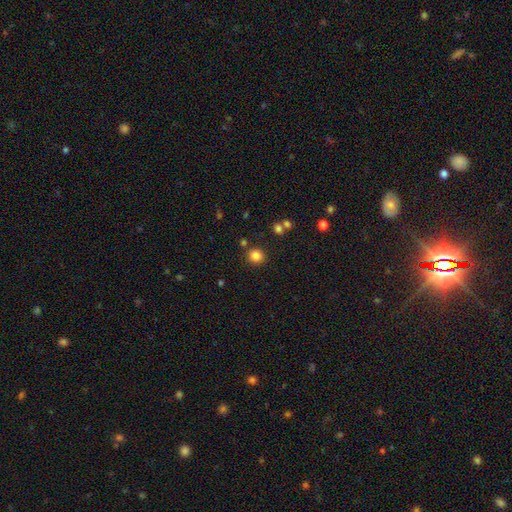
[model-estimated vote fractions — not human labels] This is clearly a smooth galaxy (83%). How rounded: clearly round (88%). Merging: clearly none (85%).